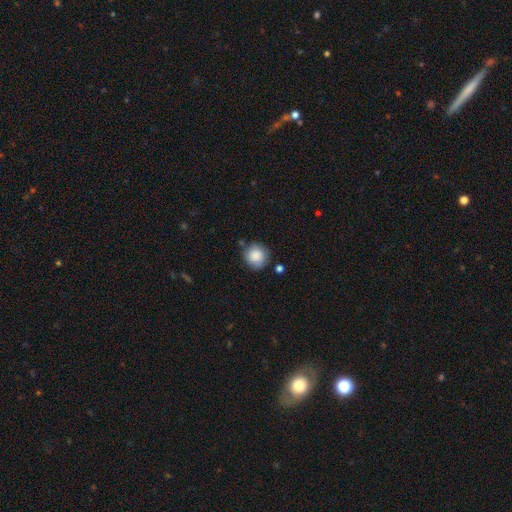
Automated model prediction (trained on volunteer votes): Smooth or featured? Predicted: smooth (p=0.85). How rounded? Predicted: round (p=0.91). Merging? Predicted: none (p=0.74).